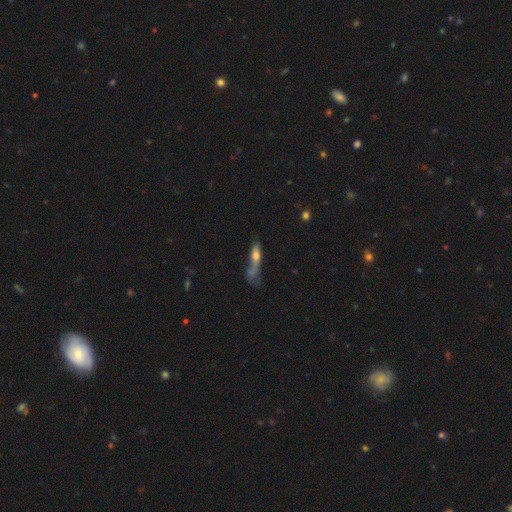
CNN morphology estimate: Overall: smooth (51%; featured or disk 37%). How rounded: cigar-shaped (68%). Merging: none (30%; merger 27%).